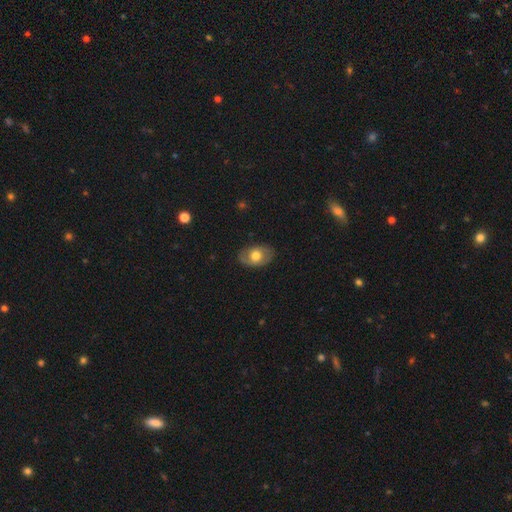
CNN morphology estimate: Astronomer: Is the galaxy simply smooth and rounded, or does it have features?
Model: smooth — 60%.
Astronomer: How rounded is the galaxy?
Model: in between — 80%.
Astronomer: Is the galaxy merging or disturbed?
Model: none — 81%.